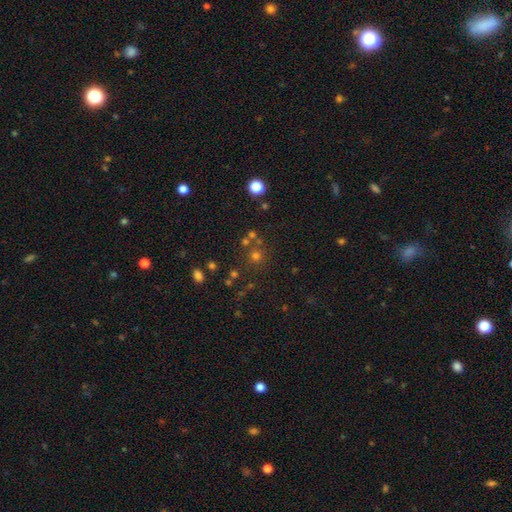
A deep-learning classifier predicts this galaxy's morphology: This appears to be a smooth galaxy with no disk features (57%) that is round (91%). Merging: none (70%).